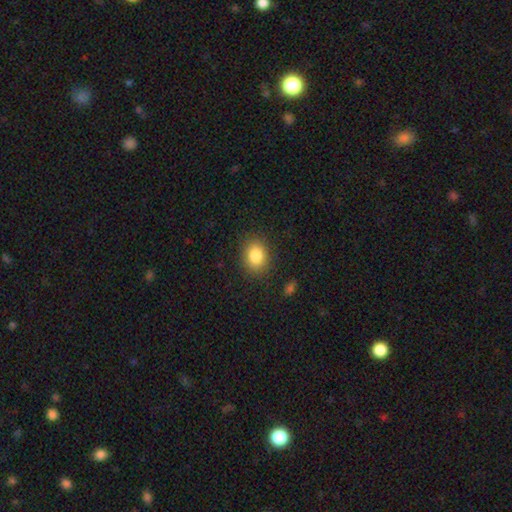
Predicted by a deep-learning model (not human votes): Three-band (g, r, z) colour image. It shows a smooth galaxy with no disk features (84%) that is in between round and cigar-shaped (53%). Merging: none (87%).